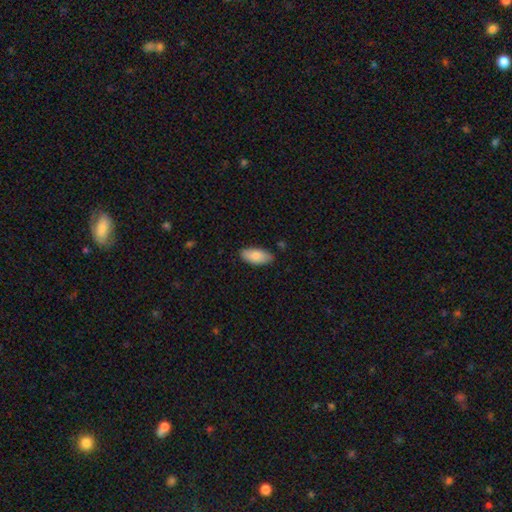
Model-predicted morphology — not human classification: This appears to be a smooth galaxy with no disk features (83%) that is in between round and cigar-shaped (91%). Merging: none (81%).